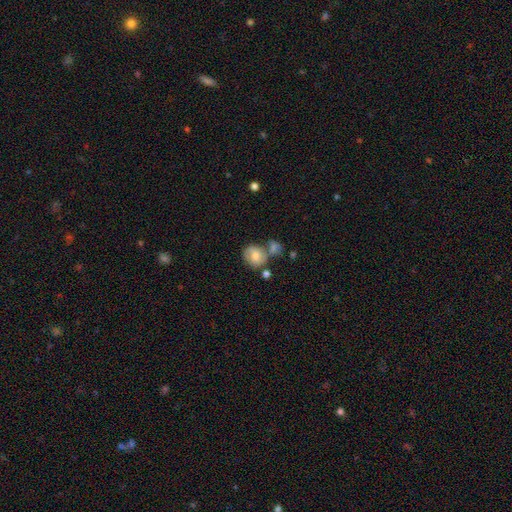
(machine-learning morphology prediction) Smooth or featured? smooth (62%)
How rounded? round (67%)
Merging? none (41%)